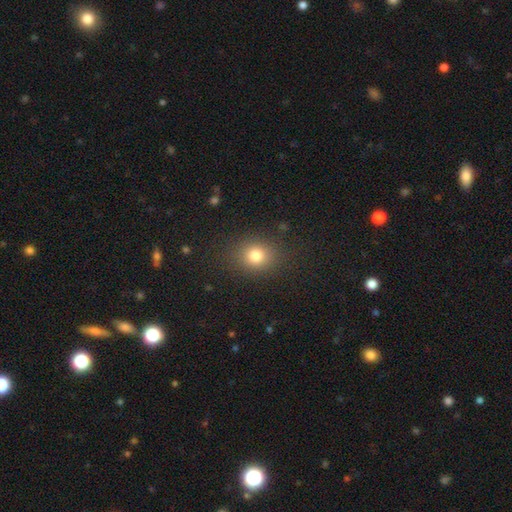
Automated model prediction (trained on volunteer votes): A smooth galaxy with no disk features (80%) that is round (64%).

Vote fractions:
- Smooth or featured? smooth: 80% / star or artifact: 13% / featured or disk: 7%
- How rounded? round: 64% / in between: 35% / cigar-shaped: 1%
- Merging? none: 85% / minor disturbance: 10% / major disturbance: 4% / merger: 1%